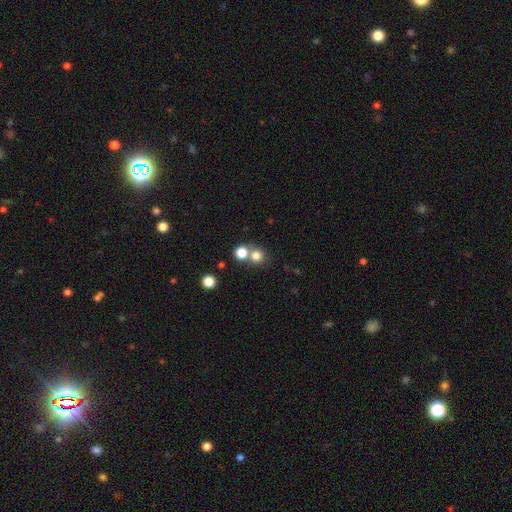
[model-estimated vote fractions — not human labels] A smooth galaxy with no disk features (78%) that is round (90%).

Vote fractions:
- Smooth or featured? smooth: 78% / star or artifact: 14% / featured or disk: 7%
- How rounded? round: 90% / in between: 10% / cigar-shaped: 1%
- Merging? none: 57% / merger: 35% / minor disturbance: 6% / major disturbance: 3%